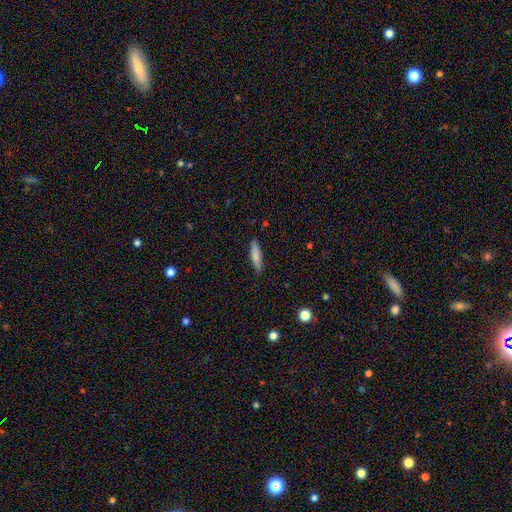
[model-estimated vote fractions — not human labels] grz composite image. It shows a smooth galaxy with no disk features (74%) that is cigar-shaped (81%). Merging: none (83%).